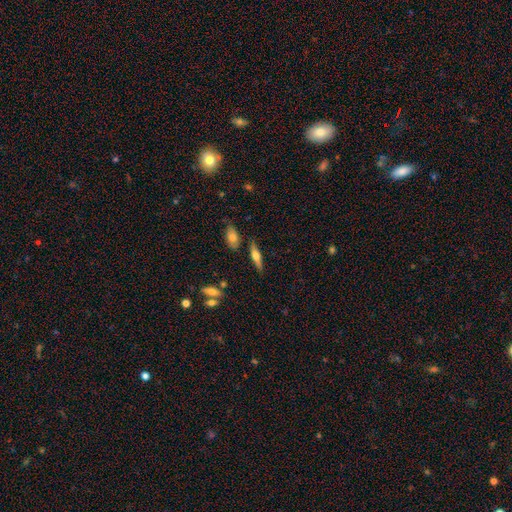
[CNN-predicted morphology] Smooth or featured?
  - featured or disk: 53% *
  - smooth: 39%
  - star or artifact: 7%
Edge-on disk?
  - yes: 93% *
  - no: 7%
Merging?
  - none: 79% *
  - minor disturbance: 12%
  - merger: 5%
  - major disturbance: 3%